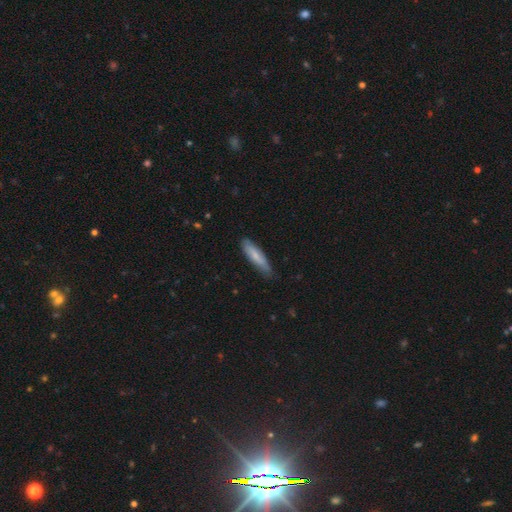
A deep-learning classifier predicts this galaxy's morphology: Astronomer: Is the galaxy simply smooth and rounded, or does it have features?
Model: smooth — 72%.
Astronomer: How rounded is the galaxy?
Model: cigar-shaped — 70%.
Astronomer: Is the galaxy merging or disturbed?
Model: none — 73%.